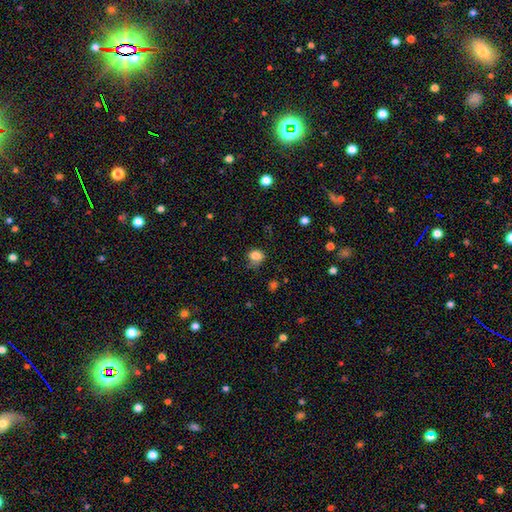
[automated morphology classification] This appears to be a smooth galaxy with no disk features (83%) that is round (57%). Merging: none (60%).